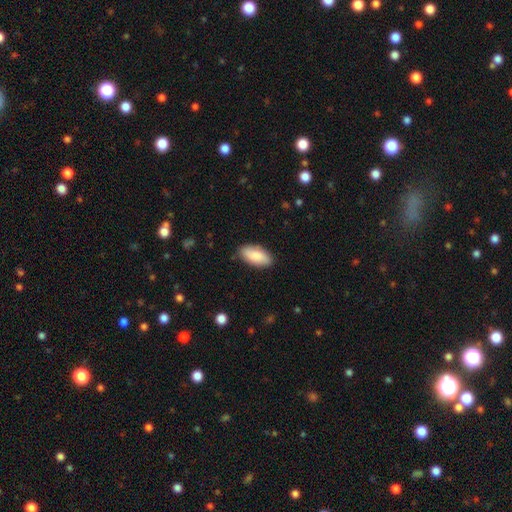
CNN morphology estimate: Smooth or featured: smooth — 85% (featured or disk — 9%)
How rounded: in between — 90% (cigar-shaped — 8%)
Merging: none — 84% (minor disturbance — 12%)